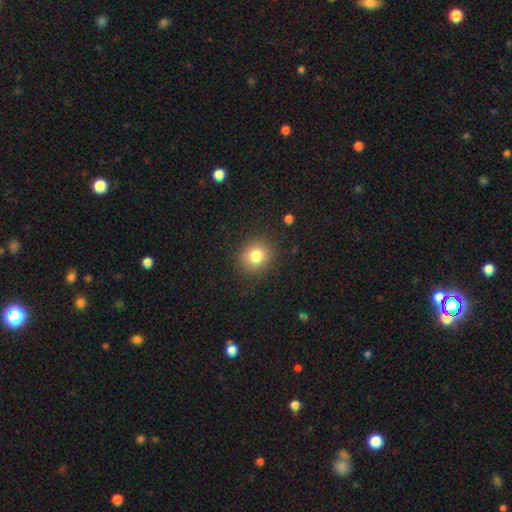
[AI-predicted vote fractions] A smooth galaxy with no disk features (80%) that is round (83%).

Vote fractions:
- Smooth or featured? smooth: 80% / star or artifact: 12% / featured or disk: 8%
- How rounded? round: 83% / in between: 17% / cigar-shaped: 1%
- Merging? none: 88% / minor disturbance: 8% / major disturbance: 3% / merger: 1%